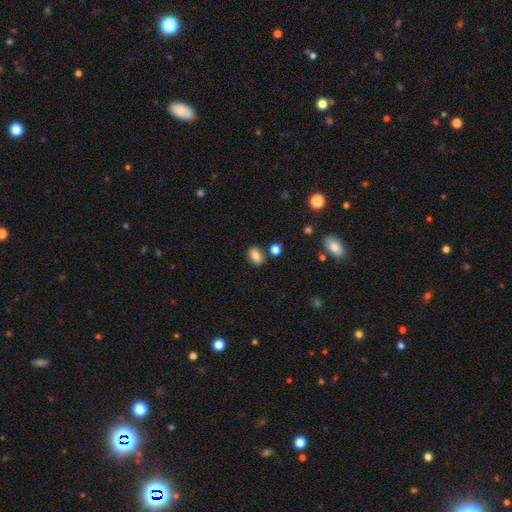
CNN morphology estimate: smooth_or_featured: smooth (p=0.81) [alt: star or artifact p=0.10]
how_rounded: in between (p=0.78) [alt: round p=0.21]
merging: none (p=0.80) [alt: minor disturbance p=0.11]